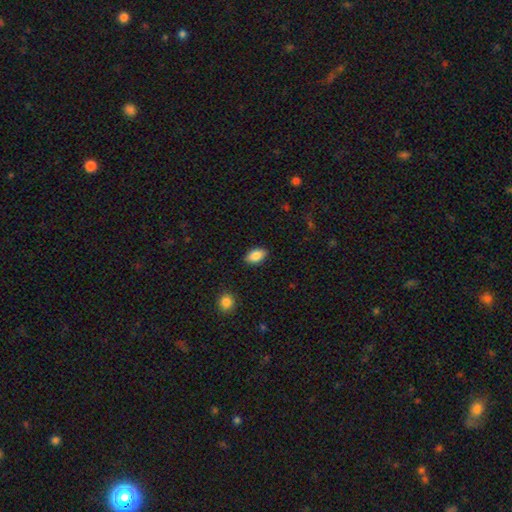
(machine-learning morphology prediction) This is clearly a smooth galaxy (86%). How rounded: clearly in between (90%). Merging: clearly none (88%).